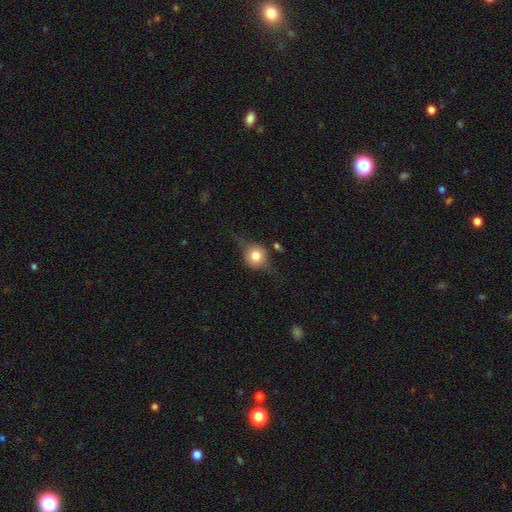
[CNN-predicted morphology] smooth_or_featured: smooth (p=0.56) [alt: featured or disk p=0.34]
how_rounded: round (p=0.78) [alt: in between p=0.20]
merging: none (p=0.61) [alt: minor disturbance p=0.24]